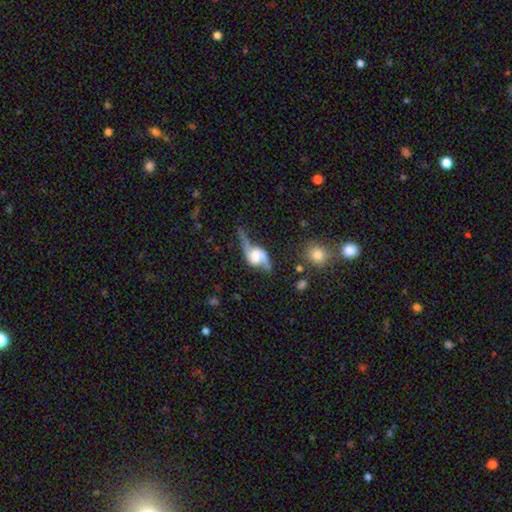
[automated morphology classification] This is clearly a featured or disk galaxy (83%). It is clearly not viewed edge-on (93%). Bar: possibly no (46%). Spiral arm pattern: clearly yes (93%). Spiral arm count: clearly 2 (89%). Spiral winding: likely loose (75%). Central bulge: marginally moderate (40%). Merging: marginally none (43%).